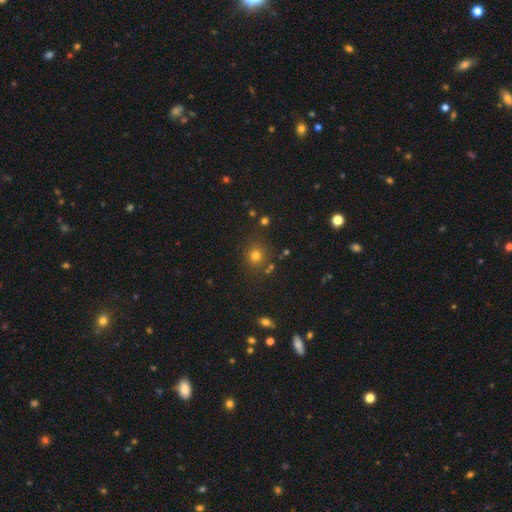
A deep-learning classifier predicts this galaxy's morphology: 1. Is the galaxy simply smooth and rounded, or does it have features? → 75% smooth, 18% star or artifact, 7% featured or disk.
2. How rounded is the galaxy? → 87% round, 12% in between, 1% cigar-shaped.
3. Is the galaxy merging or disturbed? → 80% none, 10% minor disturbance, 6% merger, 4% major disturbance.